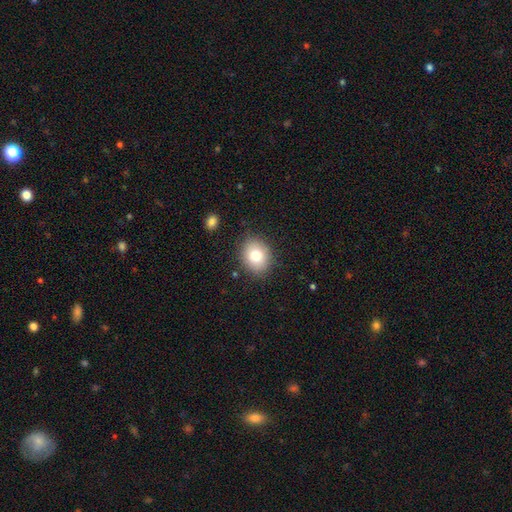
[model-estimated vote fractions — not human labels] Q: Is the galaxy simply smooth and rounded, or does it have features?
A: smooth — 79%.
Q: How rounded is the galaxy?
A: round — 55%.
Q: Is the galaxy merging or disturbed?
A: none — 85%.